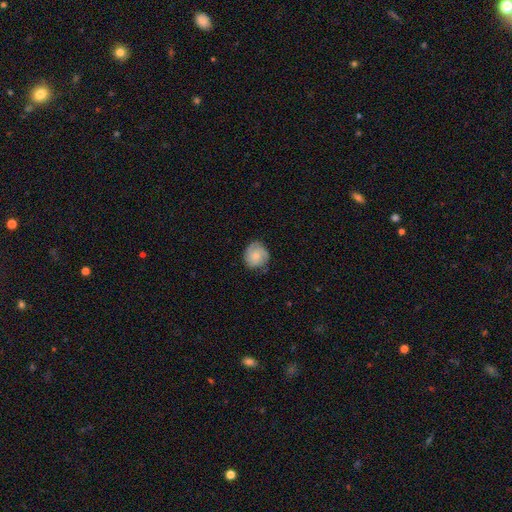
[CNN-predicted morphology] smooth-or-featured: smooth: 51% | featured or disk: 42% | star or artifact: 7%
  how-rounded: round: 85% | in between: 14% | cigar-shaped: 1%
  merging: none: 75% | minor disturbance: 19% | major disturbance: 5% | merger: 1%